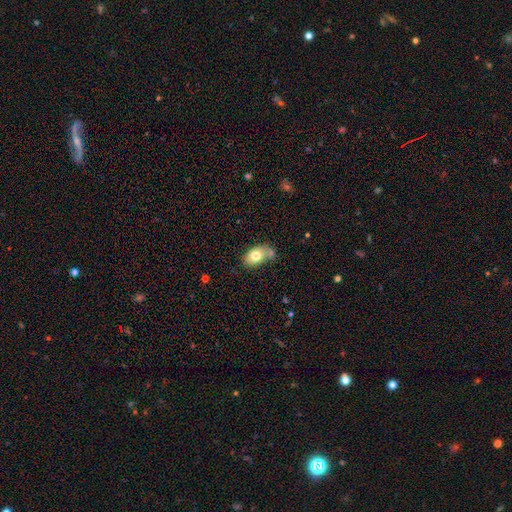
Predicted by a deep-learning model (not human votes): smooth-or-featured: smooth: 76% | featured or disk: 17% | star or artifact: 8%
  how-rounded: in between: 86% | round: 12% | cigar-shaped: 1%
  merging: none: 48% | minor disturbance: 22% | merger: 22% | major disturbance: 7%